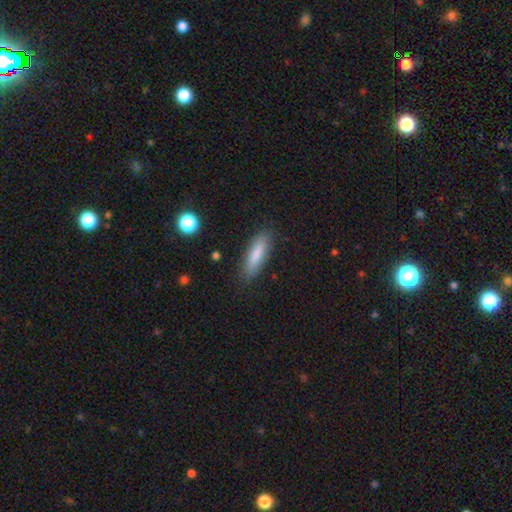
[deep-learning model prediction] The model was most divided on "how rounded": cigar-shaped: 63%, in between: 36%, round: 2%. More confident: merging — none (86%); smooth or featured — smooth (79%).